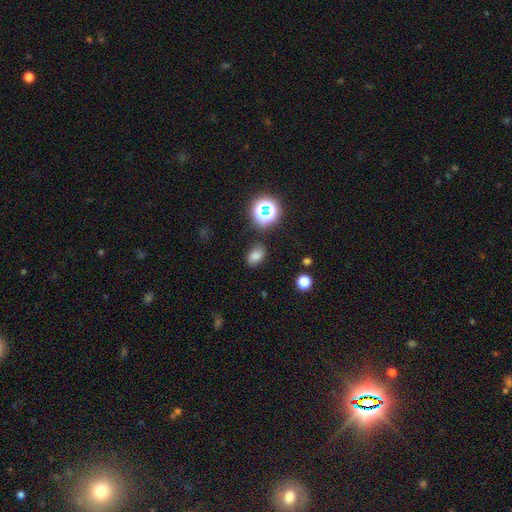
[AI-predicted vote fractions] smooth-or-featured: smooth: 76% | star or artifact: 18% | featured or disk: 7%
  how-rounded: in between: 77% | round: 21% | cigar-shaped: 1%
  merging: none: 80% | minor disturbance: 13% | major disturbance: 4% | merger: 3%